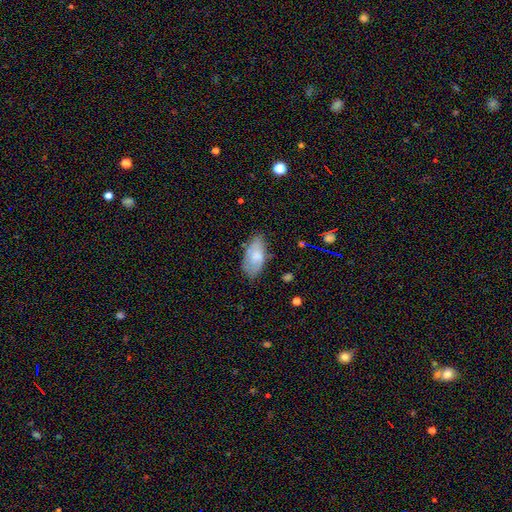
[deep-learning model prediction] Smooth or featured? smooth (68%)
How rounded? in between (93%)
Merging? none (67%)